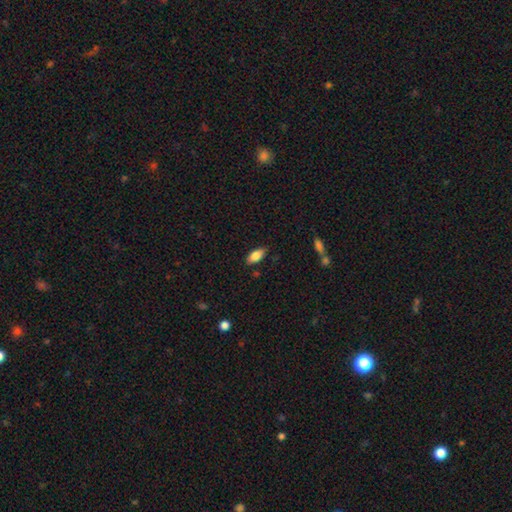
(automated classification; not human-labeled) smooth-or-featured: smooth: 82% | featured or disk: 11% | star or artifact: 7%
  how-rounded: in between: 87% | cigar-shaped: 10% | round: 2%
  merging: none: 84% | minor disturbance: 12% | major disturbance: 2% | merger: 2%